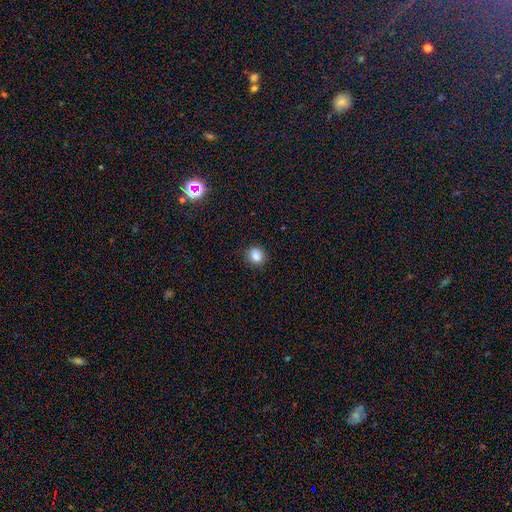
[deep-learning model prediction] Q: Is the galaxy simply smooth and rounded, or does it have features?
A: smooth — 85%.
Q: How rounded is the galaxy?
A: round — 79%.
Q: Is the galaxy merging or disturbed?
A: none — 88%.